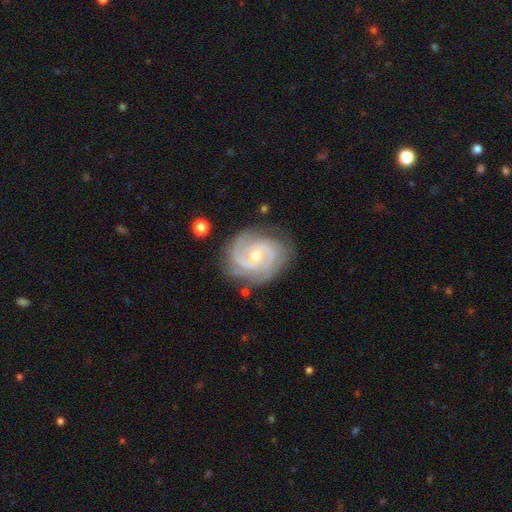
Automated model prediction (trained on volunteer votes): Smooth or featured?
  - featured or disk: 90% *
  - star or artifact: 5%
  - smooth: 5%
Edge-on disk?
  - no: 98% *
  - yes: 2%
Bar?
  - no: 54% *
  - weak: 37%
  - strong: 9%
Spiral arms?
  - yes: 98% *
  - no: 2%
Spiral winding?
  - tight: 53% *
  - medium: 40%
  - loose: 7%
Spiral arm count?
  - 2: 49% *
  - 3: 27%
  - can't tell: 10%
  - 4: 6%
  - 1: 4%
  - more than 4: 4%
Bulge size?
  - small: 61% *
  - moderate: 37%
  - large: 1%
  - none: 1%
  - dominant: 1%
Merging?
  - none: 77% *
  - minor disturbance: 16%
  - major disturbance: 5%
  - merger: 2%